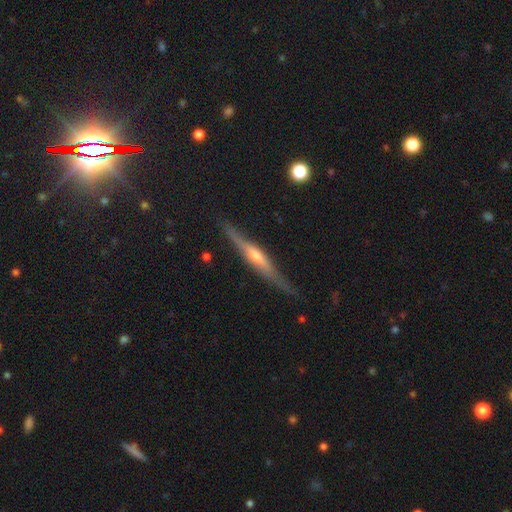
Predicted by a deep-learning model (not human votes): featured or disk 72%, smooth 22%, star or artifact 6%. Down the decision tree: edge-on disk — yes (95%); edge-on bulge — rounded (65%); merging — none (79%).